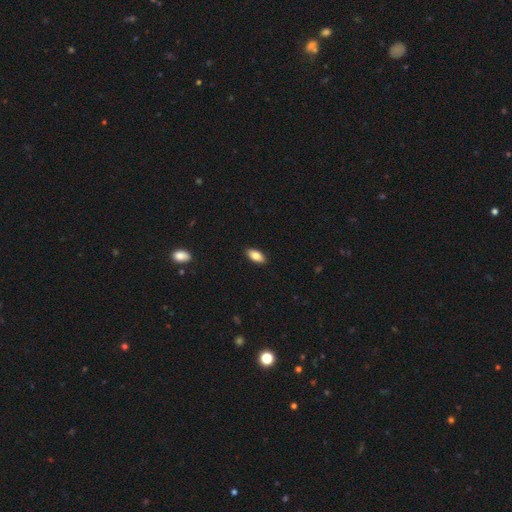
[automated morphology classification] Smooth or featured? smooth (82%)
How rounded? in between (89%)
Merging? none (90%)